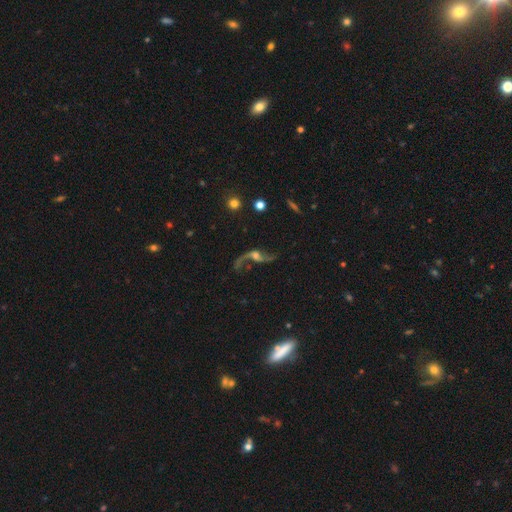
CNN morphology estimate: The model was most divided on "bulge size": moderate: 46%, small: 31%, large: 11%, none: 9%, dominant: 3%. More confident: spiral arms — yes (94%); spiral winding — loose (94%); edge-on disk — no (93%); spiral arm count — 2 (91%); smooth or featured — featured or disk (87%); merging — none (60%); bar — no (59%).